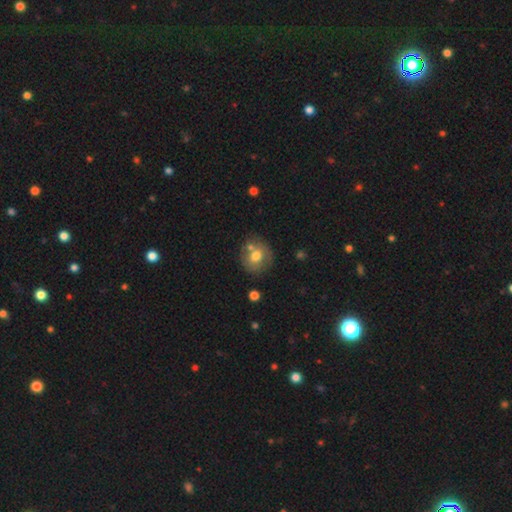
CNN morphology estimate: Smooth or featured? Predicted: smooth (p=0.67). How rounded? Predicted: round (p=0.82). Merging? Predicted: none (p=0.65).